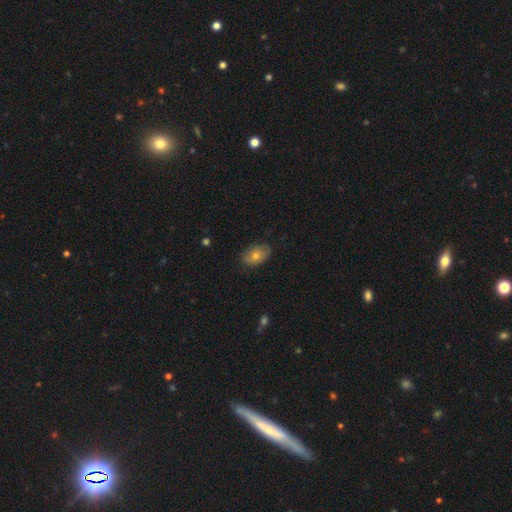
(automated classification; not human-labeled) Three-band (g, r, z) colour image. It shows a smooth galaxy with no disk features (68%) that is in between round and cigar-shaped (86%). Merging: none (80%).